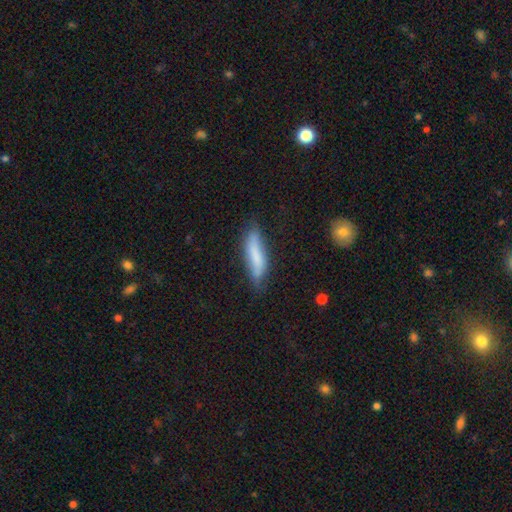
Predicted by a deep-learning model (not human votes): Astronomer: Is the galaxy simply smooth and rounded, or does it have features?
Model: smooth — 68%.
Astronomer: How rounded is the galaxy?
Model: cigar-shaped — 71%.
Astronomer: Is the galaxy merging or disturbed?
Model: none — 59%.